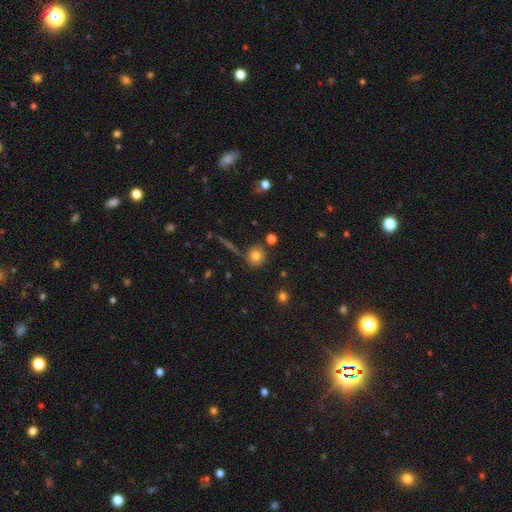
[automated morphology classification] A smooth galaxy with no disk features (77%) that is round (88%). Merging: none (80%).